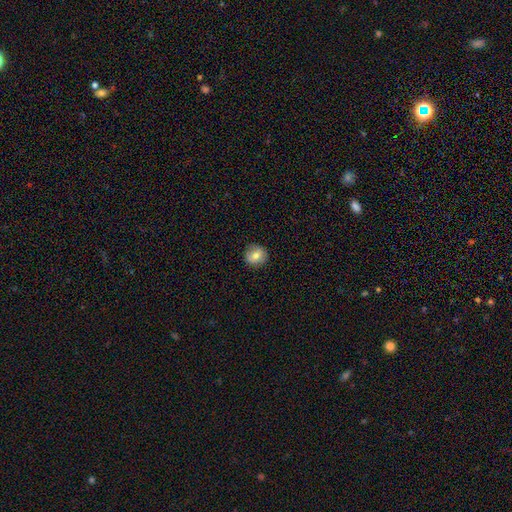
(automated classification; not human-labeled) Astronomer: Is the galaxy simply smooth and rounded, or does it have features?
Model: smooth — 72%.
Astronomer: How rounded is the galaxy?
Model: round — 90%.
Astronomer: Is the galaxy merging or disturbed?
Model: none — 88%.